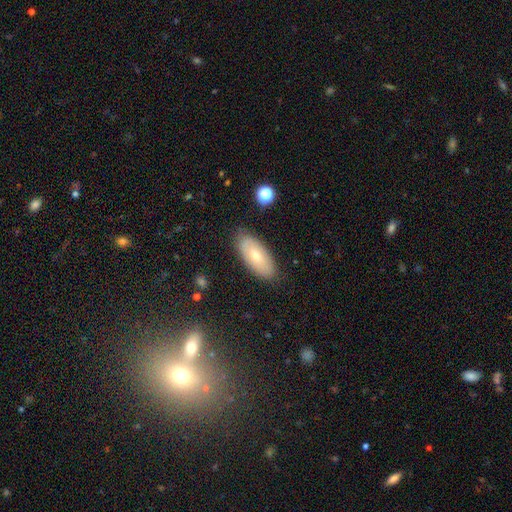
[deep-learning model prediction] Smooth or featured: smooth — 62% (featured or disk — 31%)
How rounded: in between — 88% (cigar-shaped — 9%)
Merging: none — 83% (minor disturbance — 13%)